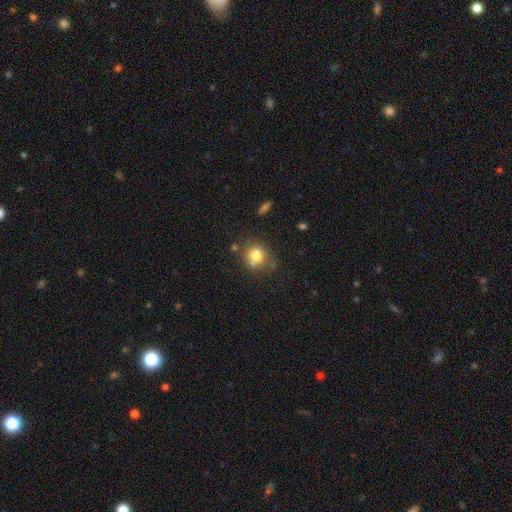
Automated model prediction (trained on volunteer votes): Q: Smooth or featured?
A: smooth (76%); runner-up: featured or disk (12%)
Q: How rounded?
A: round (81%); runner-up: in between (18%)
Q: Merging?
A: none (63%); runner-up: minor disturbance (18%)